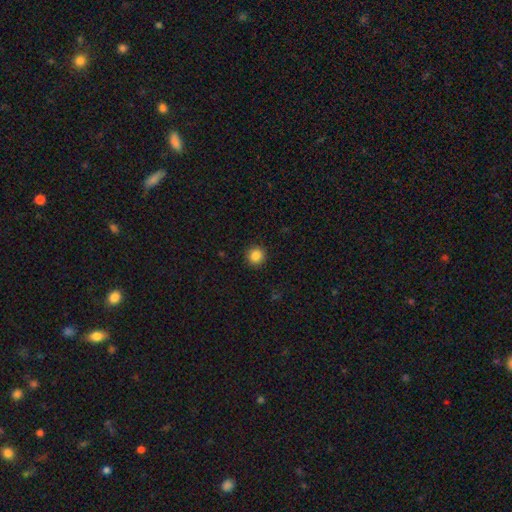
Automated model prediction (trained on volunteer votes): This is clearly a smooth galaxy (86%). How rounded: clearly round (94%). Merging: clearly none (92%).